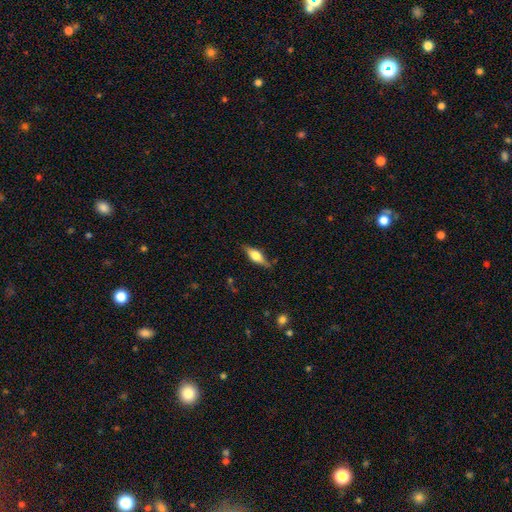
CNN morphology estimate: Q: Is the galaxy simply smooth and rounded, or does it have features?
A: featured or disk — 51%.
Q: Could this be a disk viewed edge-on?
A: yes — 92%.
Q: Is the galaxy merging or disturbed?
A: none — 77%.